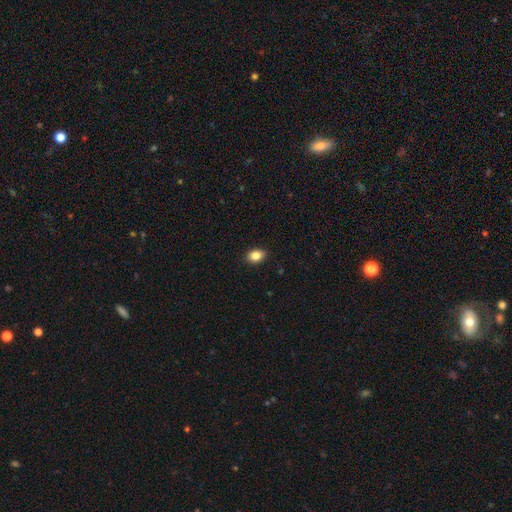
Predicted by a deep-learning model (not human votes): Q: Smooth or featured?
A: smooth (85%); runner-up: star or artifact (9%)
Q: How rounded?
A: in between (74%); runner-up: round (24%)
Q: Merging?
A: none (88%); runner-up: minor disturbance (9%)